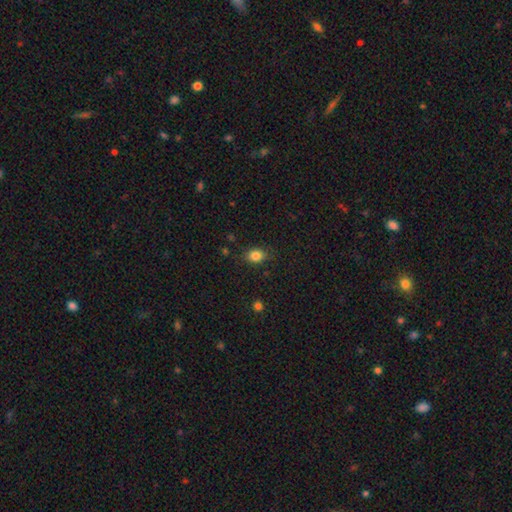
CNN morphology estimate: Smooth or featured? smooth (84%)
How rounded? in between (63%)
Merging? none (82%)